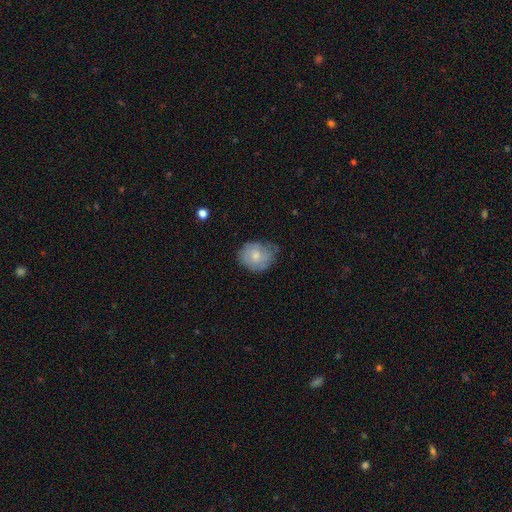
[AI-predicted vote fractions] Smooth or featured? smooth (64%)
How rounded? round (61%)
Merging? none (55%)